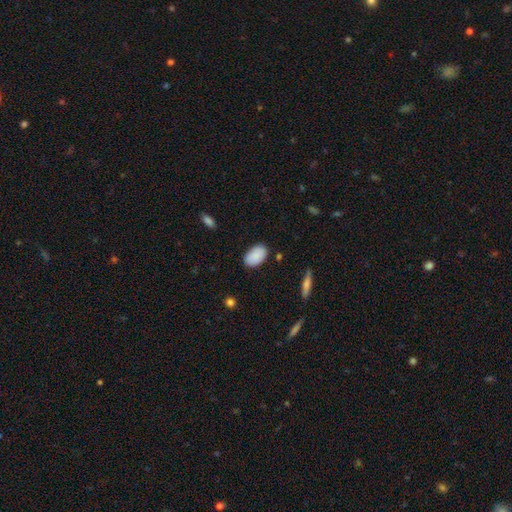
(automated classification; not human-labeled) smooth-or-featured: smooth: 89% | star or artifact: 6% | featured or disk: 5%
  how-rounded: in between: 93% | round: 6% | cigar-shaped: 1%
  merging: none: 85% | minor disturbance: 11% | major disturbance: 2% | merger: 1%